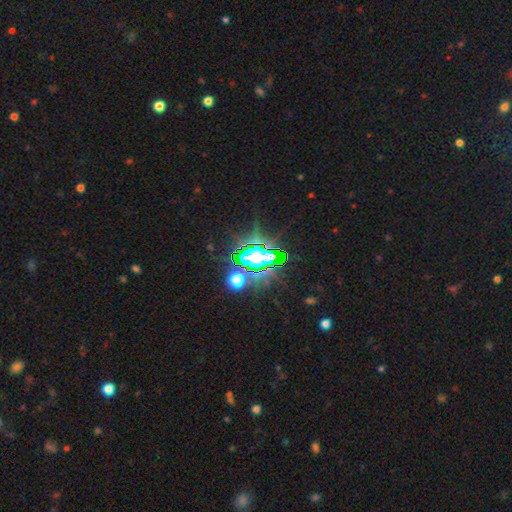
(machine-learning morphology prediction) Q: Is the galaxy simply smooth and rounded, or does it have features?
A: star or artifact — 78%.